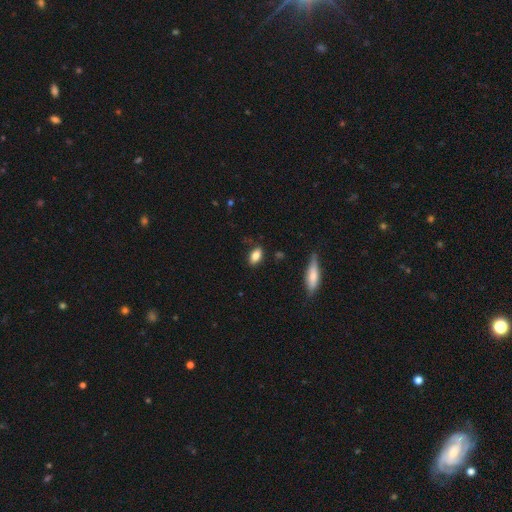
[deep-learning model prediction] smooth_or_featured: smooth (p=0.83) [alt: featured or disk p=0.09]
how_rounded: in between (p=0.87) [alt: round p=0.08]
merging: none (p=0.82) [alt: minor disturbance p=0.13]